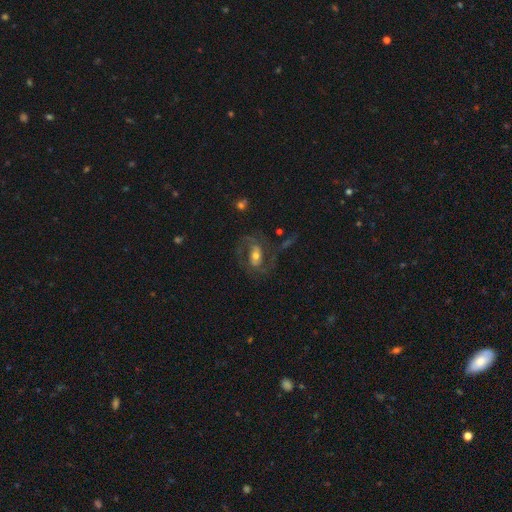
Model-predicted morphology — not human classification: Q: Smooth or featured?
A: featured or disk (76%); runner-up: smooth (16%)
Q: Edge-on disk?
A: no (96%); runner-up: yes (4%)
Q: Bar?
A: weak (40%); runner-up: no (33%)
Q: Spiral arms?
A: yes (88%); runner-up: no (12%)
Q: Spiral winding?
A: medium (53%); runner-up: loose (27%)
Q: Spiral arm count?
A: 2 (82%); runner-up: can't tell (7%)
Q: Bulge size?
A: moderate (62%); runner-up: small (24%)
Q: Merging?
A: none (58%); runner-up: major disturbance (23%)